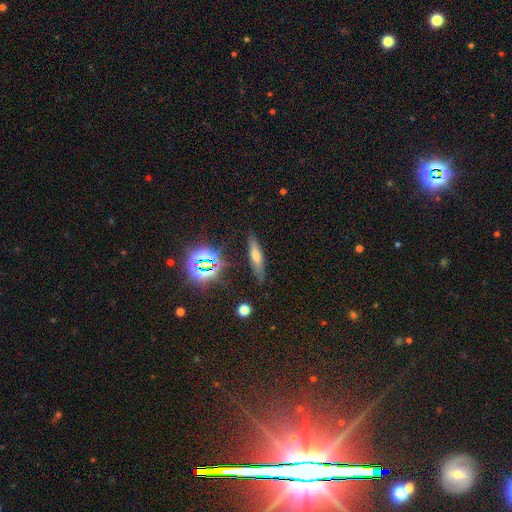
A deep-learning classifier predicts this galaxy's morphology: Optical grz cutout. It shows a smooth galaxy with no disk features (48%). Merging: none (81%).